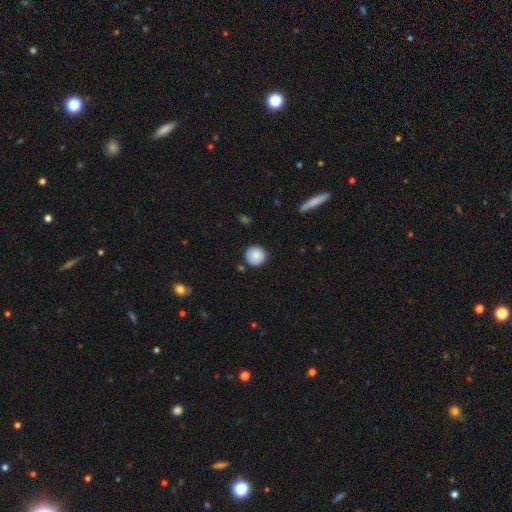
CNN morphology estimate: smooth_or_featured: smooth (p=0.85) [alt: star or artifact p=0.07]
how_rounded: round (p=0.94) [alt: in between p=0.05]
merging: none (p=0.86) [alt: minor disturbance p=0.10]